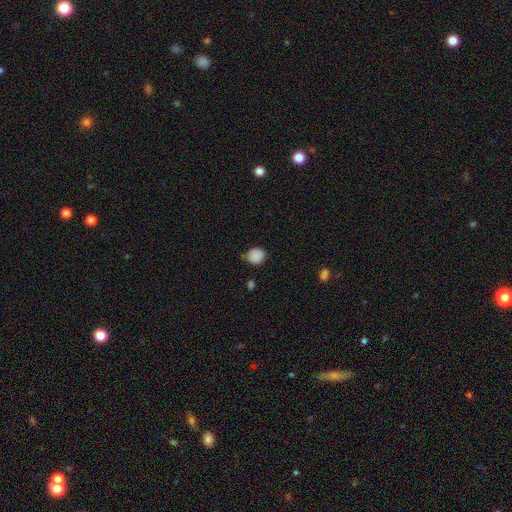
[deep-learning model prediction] The model was most divided on "merging": none: 71%, minor disturbance: 22%, major disturbance: 4%, merger: 4%. More confident: smooth or featured — smooth (86%); how rounded — round (81%).